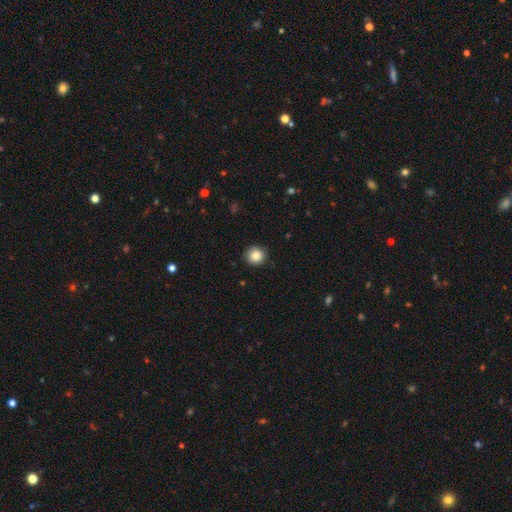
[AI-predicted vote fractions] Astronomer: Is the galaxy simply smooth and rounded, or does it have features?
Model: smooth — 85%.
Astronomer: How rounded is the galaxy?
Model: round — 94%.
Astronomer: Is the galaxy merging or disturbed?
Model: none — 90%.